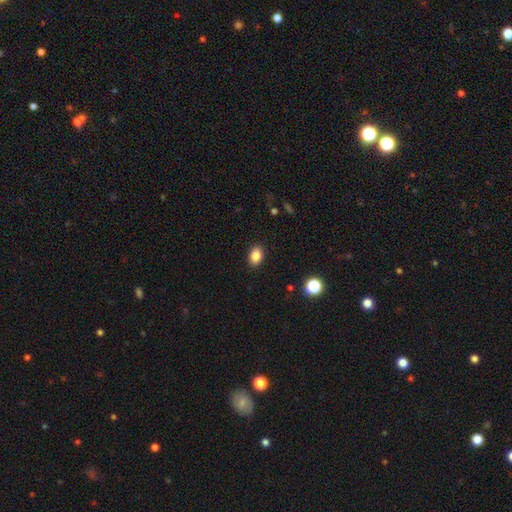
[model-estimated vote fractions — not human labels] smooth 86%, star or artifact 10%, featured or disk 4%. Down the decision tree: how rounded — in between (77%); merging — none (89%).